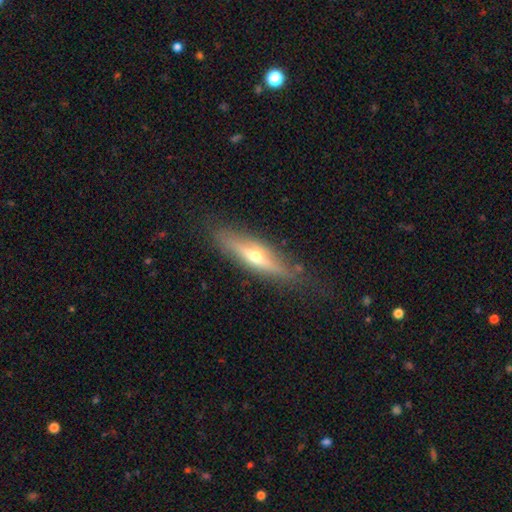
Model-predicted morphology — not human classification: Smooth or featured? Predicted: featured or disk (p=0.66). Edge-on disk? Predicted: yes (p=0.91). Edge-on bulge? Predicted: rounded (p=0.92). Merging? Predicted: none (p=0.81).